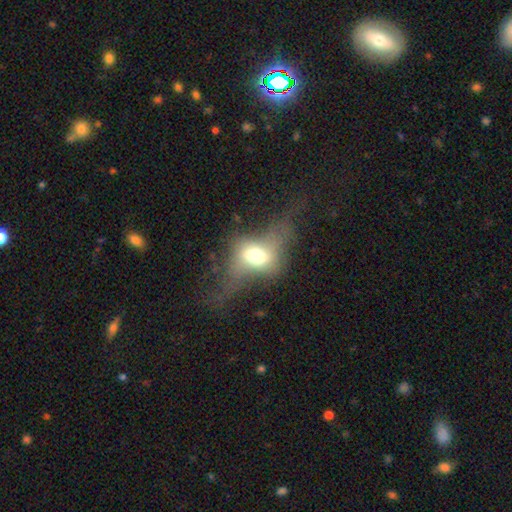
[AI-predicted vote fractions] Smooth or featured? smooth (46%)
Merging? major disturbance (42%)